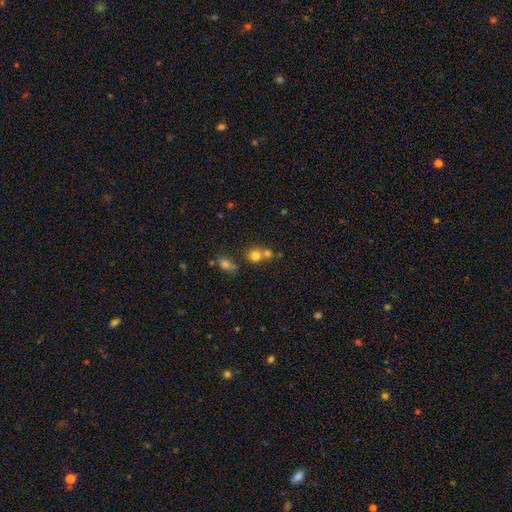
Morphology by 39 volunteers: smooth 90%, featured or disk 5%, star or artifact 5%. Down the decision tree: how rounded — round (86%); merging — none (51%).